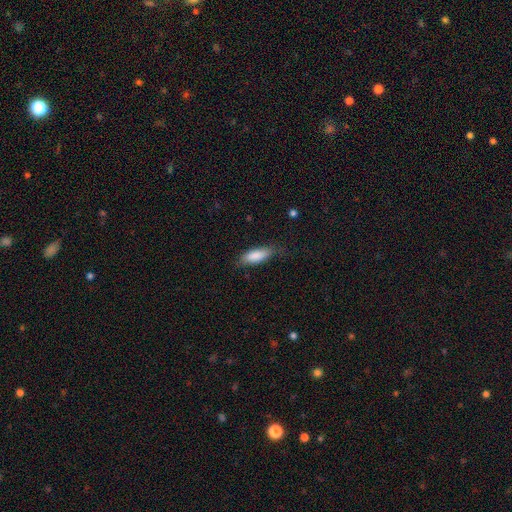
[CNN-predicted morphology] smooth-or-featured: smooth: 86% | featured or disk: 8% | star or artifact: 6%
  how-rounded: in between: 65% | cigar-shaped: 33% | round: 2%
  merging: none: 74% | minor disturbance: 20% | major disturbance: 5% | merger: 1%